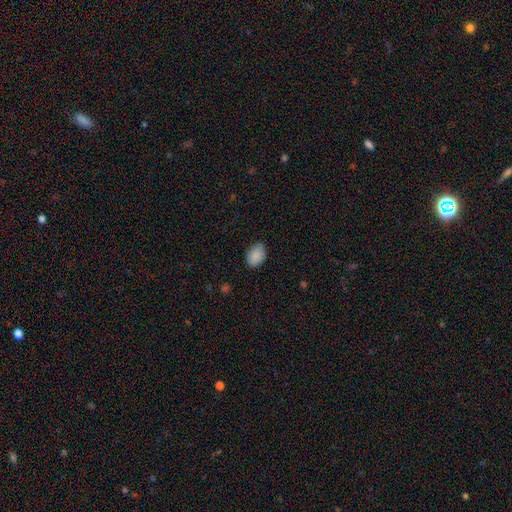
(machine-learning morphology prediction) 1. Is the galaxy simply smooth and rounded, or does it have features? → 89% smooth, 7% star or artifact, 4% featured or disk.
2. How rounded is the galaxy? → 85% in between, 14% round, 1% cigar-shaped.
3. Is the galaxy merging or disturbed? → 79% none, 17% minor disturbance, 3% major disturbance, 1% merger.